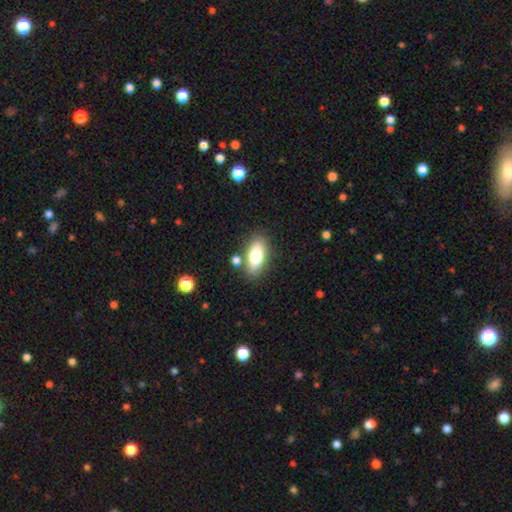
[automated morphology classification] A smooth galaxy with no disk features (76%) that is in between round and cigar-shaped (84%). Merging: none (77%).